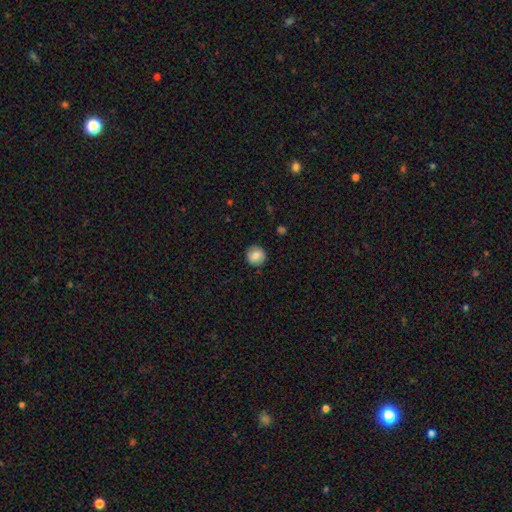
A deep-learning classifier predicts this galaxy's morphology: This is likely a smooth galaxy (80%). How rounded: clearly round (92%). Merging: clearly none (89%).